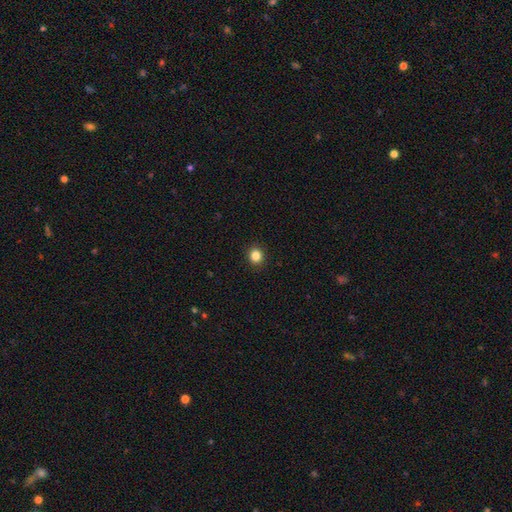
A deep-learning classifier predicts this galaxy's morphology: Q: Smooth or featured?
A: smooth (85%); runner-up: star or artifact (11%)
Q: How rounded?
A: round (89%); runner-up: in between (10%)
Q: Merging?
A: none (93%); runner-up: minor disturbance (5%)